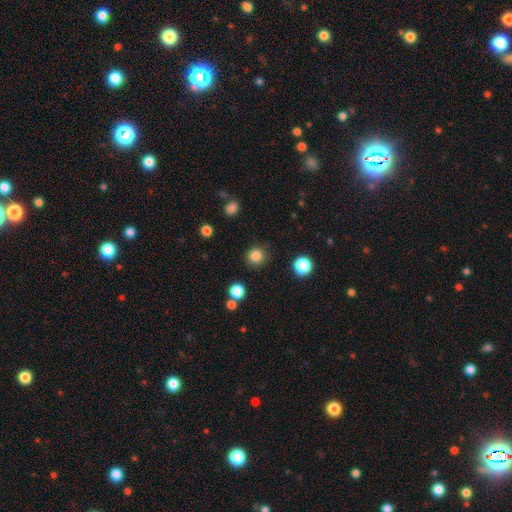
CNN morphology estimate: This appears to be a smooth galaxy with no disk features (84%) that is round (94%). Merging: none (90%).